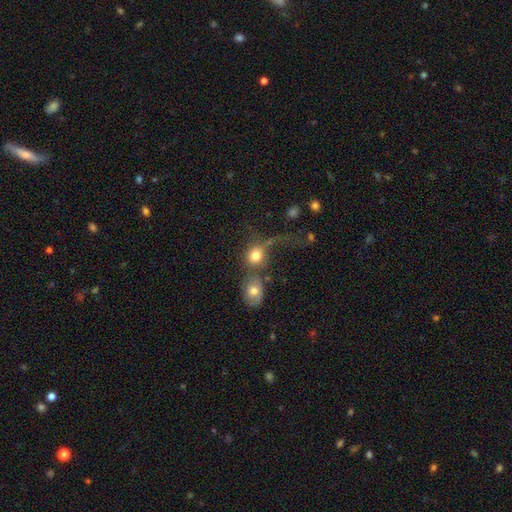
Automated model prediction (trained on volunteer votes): smooth-or-featured: smooth: 74% | featured or disk: 15% | star or artifact: 11%
  how-rounded: round: 72% | in between: 27% | cigar-shaped: 2%
  merging: merger: 43% | none: 26% | major disturbance: 21% | minor disturbance: 10%